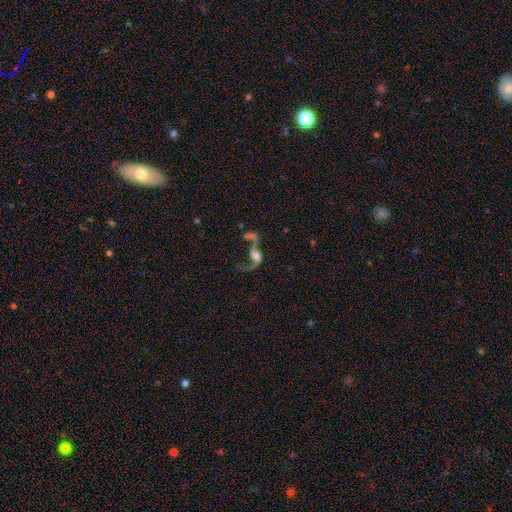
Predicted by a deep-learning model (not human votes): Overall: featured or disk (64%). Edge-on disk: no (91%). Bar: no (64%; weak 26%). Spiral arms: yes (70%). Bulge size: large (34%; moderate 30%). Merging: major disturbance (39%; merger 28%).